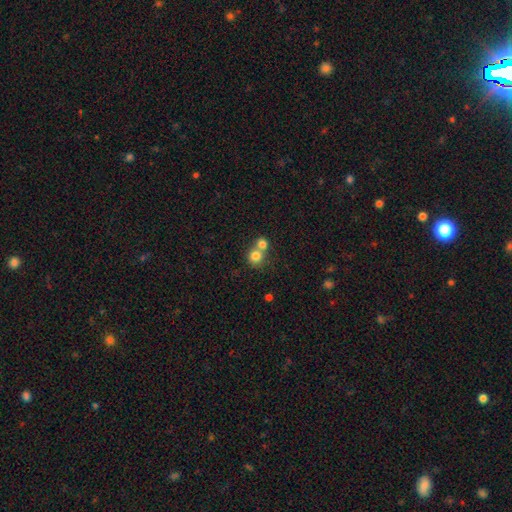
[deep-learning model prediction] This is likely a smooth galaxy (79%). How rounded: clearly round (85%). Merging: possibly merger (55%).